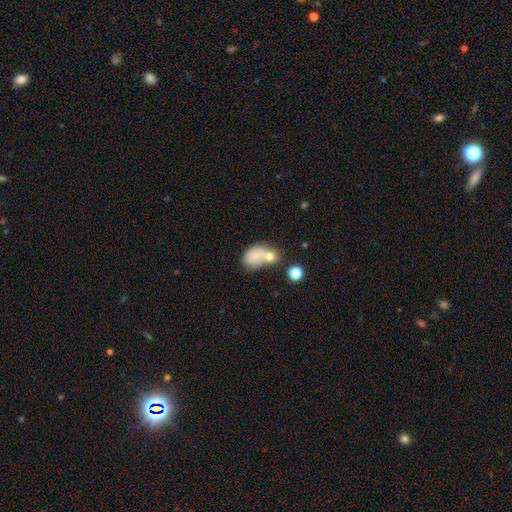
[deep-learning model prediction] smooth 69%, featured or disk 21%, star or artifact 10%. Down the decision tree: how rounded — in between (73%); merging — merger (54%).